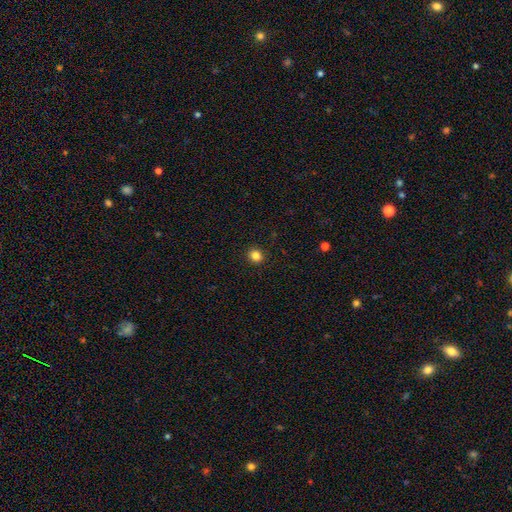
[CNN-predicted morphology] This is clearly a smooth galaxy (84%). How rounded: clearly round (88%). Merging: clearly none (92%).